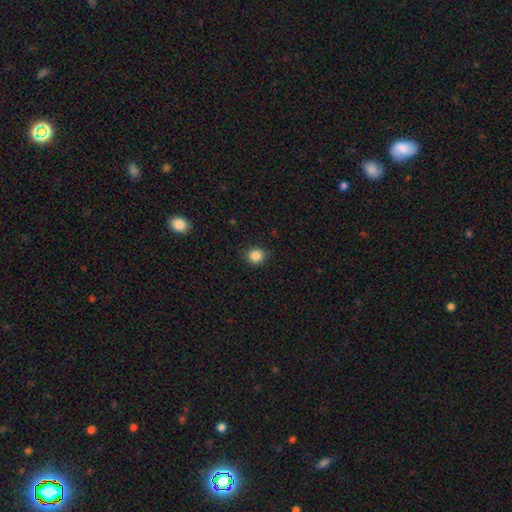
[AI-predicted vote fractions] Overall: smooth (85%). How rounded: round (87%). Merging: none (90%).